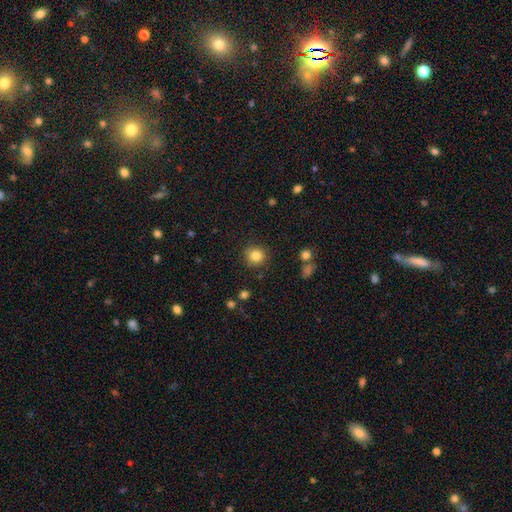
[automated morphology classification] A smooth galaxy with no disk features (83%) that is round (90%).

Vote fractions:
- Smooth or featured? smooth: 83% / star or artifact: 11% / featured or disk: 6%
- How rounded? round: 90% / in between: 9% / cigar-shaped: 1%
- Merging? none: 87% / minor disturbance: 8% / major disturbance: 3% / merger: 2%